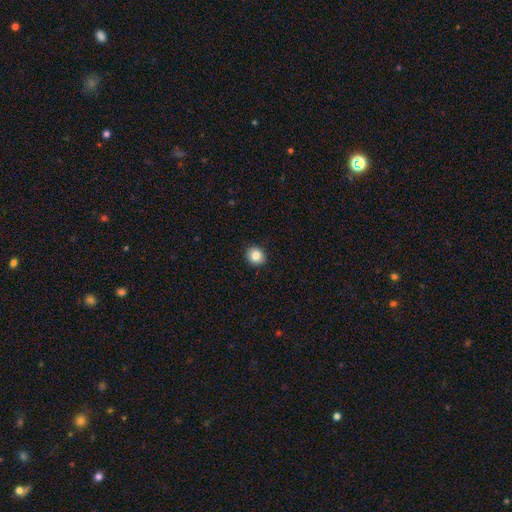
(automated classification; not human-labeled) smooth 84%, star or artifact 9%, featured or disk 6%. Down the decision tree: how rounded — round (82%); merging — none (92%).